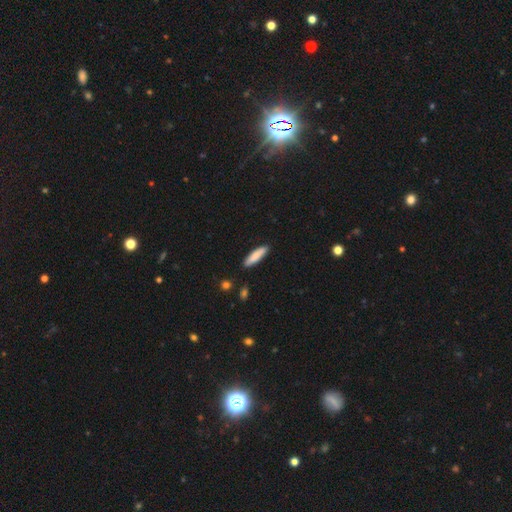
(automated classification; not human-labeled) Overall: smooth (82%). How rounded: cigar-shaped (72%). Merging: none (86%).